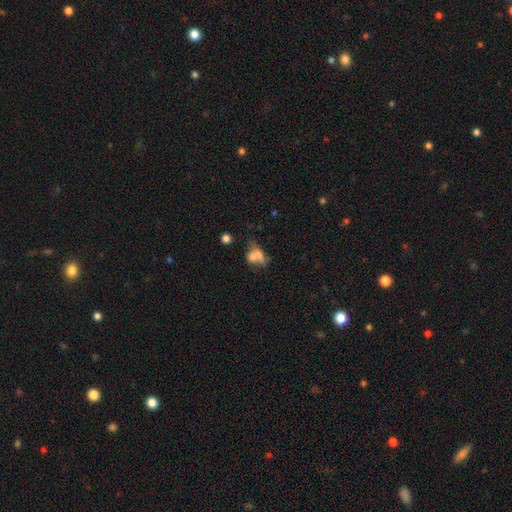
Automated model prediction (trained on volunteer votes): Morphology: type=smooth (61%); roundness=in between (63%); merging=merger (50%).